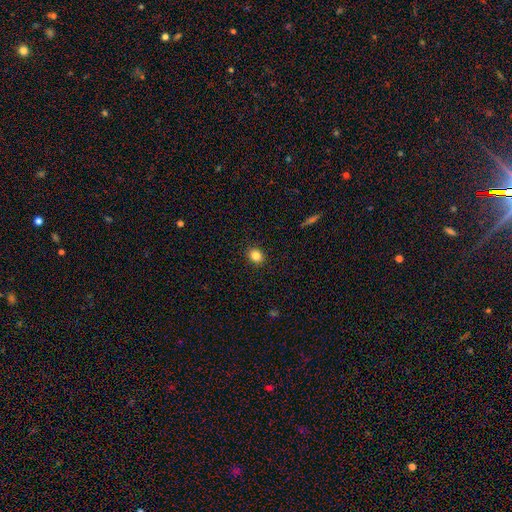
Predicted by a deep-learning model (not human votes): Smooth or featured? smooth (84%)
How rounded? round (61%)
Merging? none (90%)